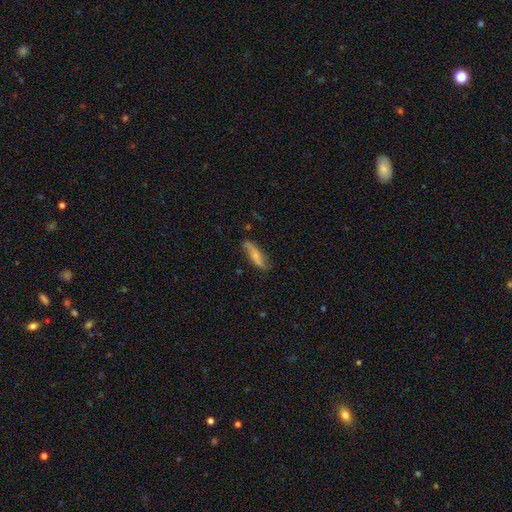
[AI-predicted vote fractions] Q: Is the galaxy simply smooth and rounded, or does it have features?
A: smooth — 62%.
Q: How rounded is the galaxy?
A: cigar-shaped — 58%.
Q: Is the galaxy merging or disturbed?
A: none — 67%.